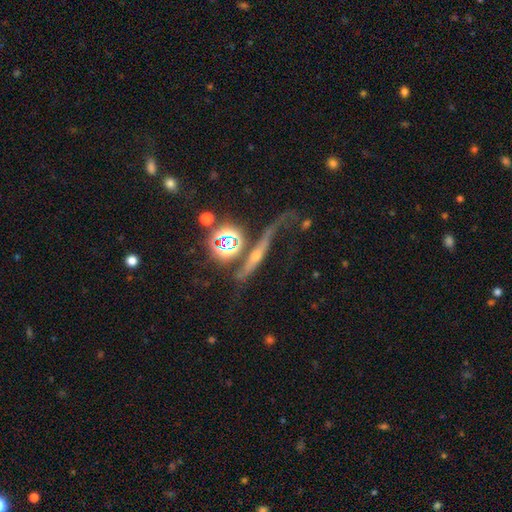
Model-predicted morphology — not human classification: Smooth or featured? featured or disk (59%)
Edge-on disk? yes (77%)
Merging? none (52%)